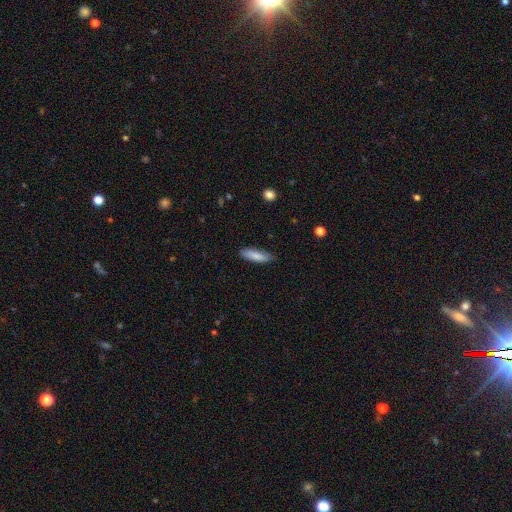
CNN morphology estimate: A smooth galaxy with no disk features (83%) that is cigar-shaped (60%).

Vote fractions:
- Smooth or featured? smooth: 83% / featured or disk: 11% / star or artifact: 6%
- How rounded? cigar-shaped: 60% / in between: 39% / round: 2%
- Merging? none: 81% / minor disturbance: 15% / major disturbance: 2% / merger: 1%